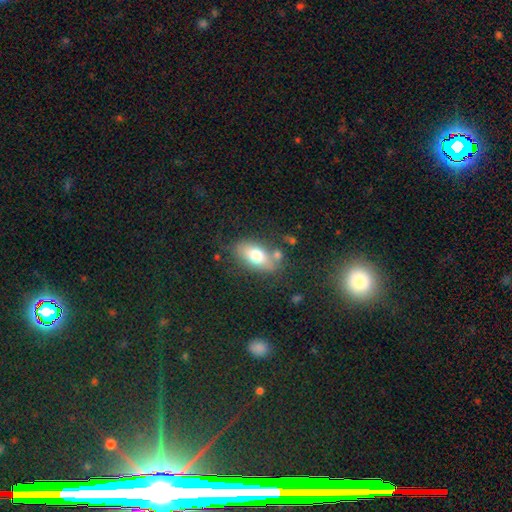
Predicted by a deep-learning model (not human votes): A smooth galaxy with no disk features (70%) that is in between round and cigar-shaped (86%). Merging: none (69%).